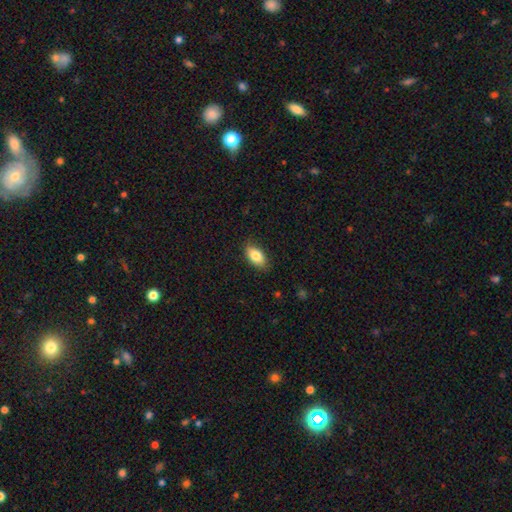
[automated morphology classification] Q: Smooth or featured?
A: smooth (83%); runner-up: featured or disk (10%)
Q: How rounded?
A: in between (92%); runner-up: round (5%)
Q: Merging?
A: none (85%); runner-up: minor disturbance (12%)